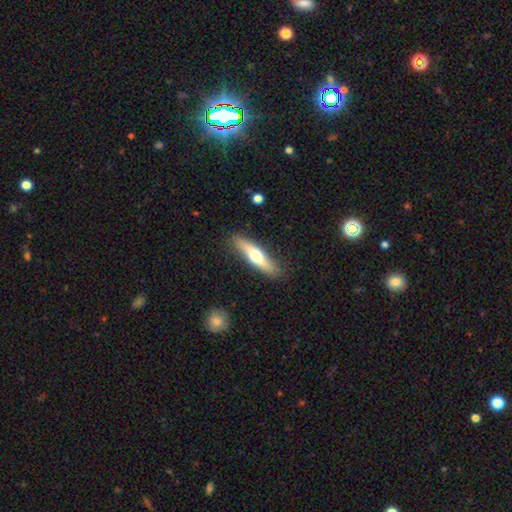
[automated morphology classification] Smooth or featured: smooth — 50% (featured or disk — 45%)
Merging: none — 87% (minor disturbance — 9%)